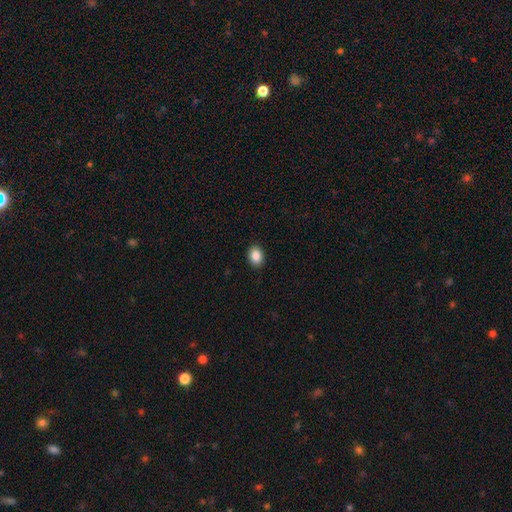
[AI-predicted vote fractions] This appears to be a smooth galaxy with no disk features (88%) that is in between round and cigar-shaped (76%). Merging: none (90%).